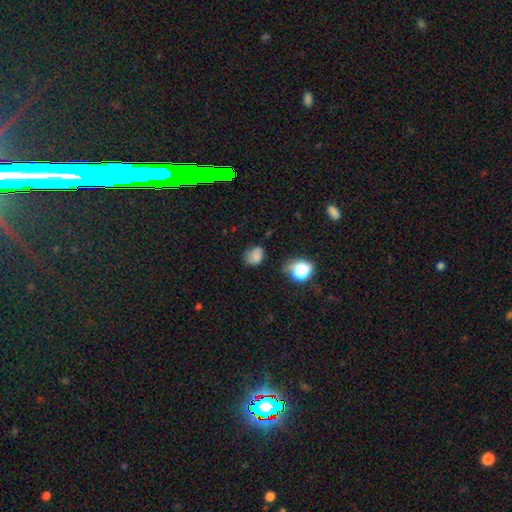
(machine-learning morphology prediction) A smooth galaxy with no disk features (73%) that is in between round and cigar-shaped (53%). Merging: none (62%).